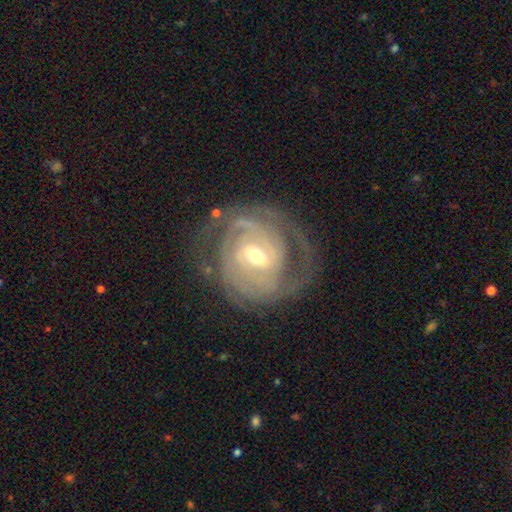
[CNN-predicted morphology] The model was most divided on "bulge size": small: 49%, moderate: 47%, large: 2%, none: 1%, dominant: 1%. Remaining: edge-on disk — no (97%); spiral arms — yes (96%); smooth or featured — featured or disk (89%); merging — none (73%); spiral winding — tight (73%); bar — weak (49%); spiral arm count — 2 (39%).